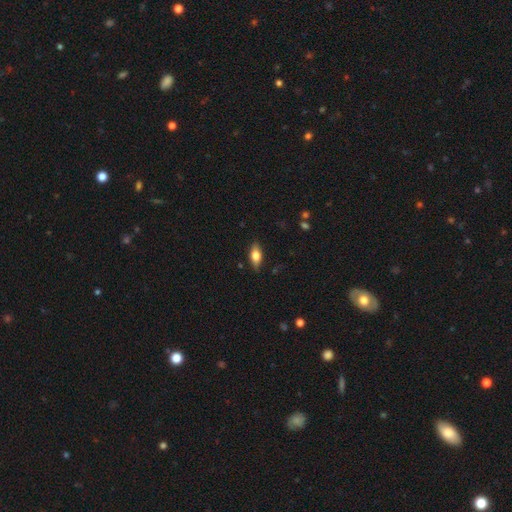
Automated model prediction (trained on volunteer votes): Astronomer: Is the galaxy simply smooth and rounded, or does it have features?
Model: smooth — 72%.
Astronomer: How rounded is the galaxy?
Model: in between — 83%.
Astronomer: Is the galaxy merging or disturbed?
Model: none — 85%.